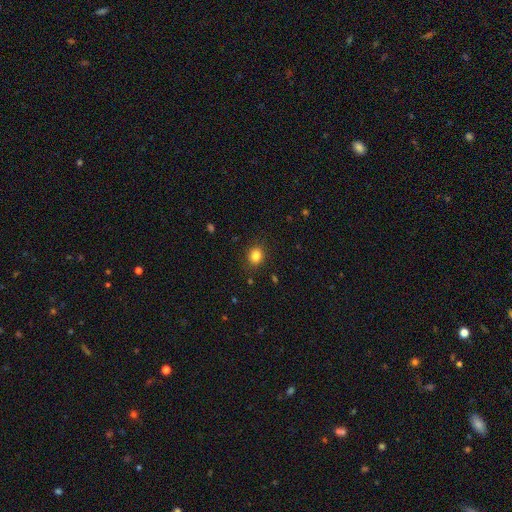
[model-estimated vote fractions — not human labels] A smooth galaxy with no disk features (84%) that is round (71%). Merging: none (87%).